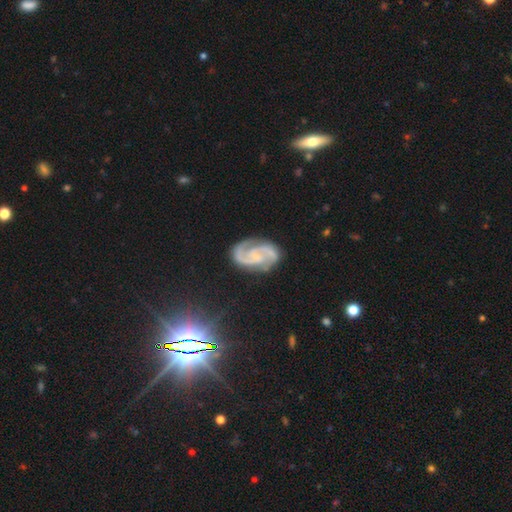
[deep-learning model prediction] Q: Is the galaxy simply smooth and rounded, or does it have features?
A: featured or disk — 89%.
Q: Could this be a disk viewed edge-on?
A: no — 98%.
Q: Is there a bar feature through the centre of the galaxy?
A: no — 52%.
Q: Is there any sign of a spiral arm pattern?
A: yes — 98%.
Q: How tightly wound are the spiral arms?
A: medium — 52%.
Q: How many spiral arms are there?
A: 2 — 82%.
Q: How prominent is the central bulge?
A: small — 42%.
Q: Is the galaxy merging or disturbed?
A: none — 77%.